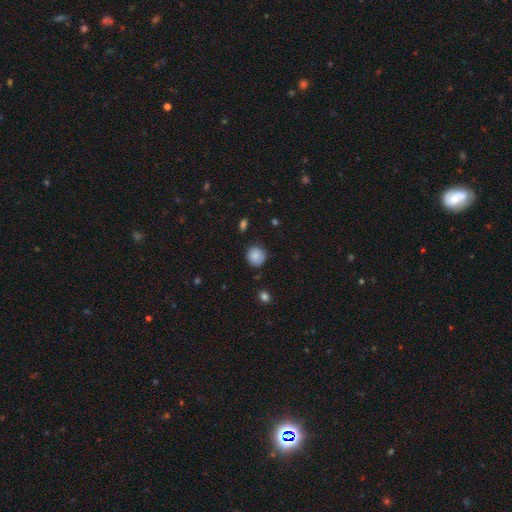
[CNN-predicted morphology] Smooth or featured? smooth (84%)
How rounded? round (85%)
Merging? none (76%)